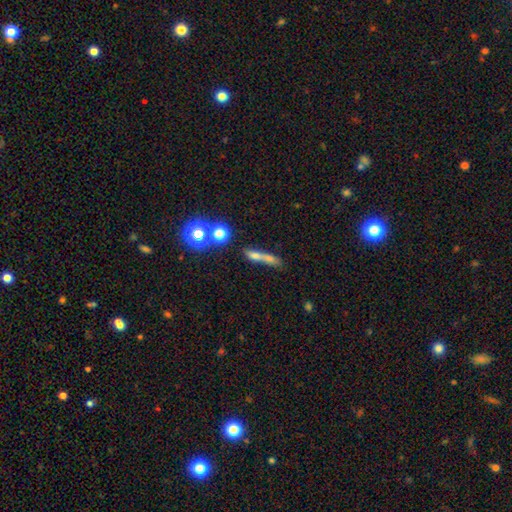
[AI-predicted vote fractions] Smooth or featured?
  - smooth: 56% *
  - featured or disk: 25%
  - star or artifact: 18%
How rounded?
  - cigar-shaped: 58% *
  - in between: 26%
  - round: 16%
Merging?
  - merger: 37% *
  - none: 36%
  - minor disturbance: 15%
  - major disturbance: 13%